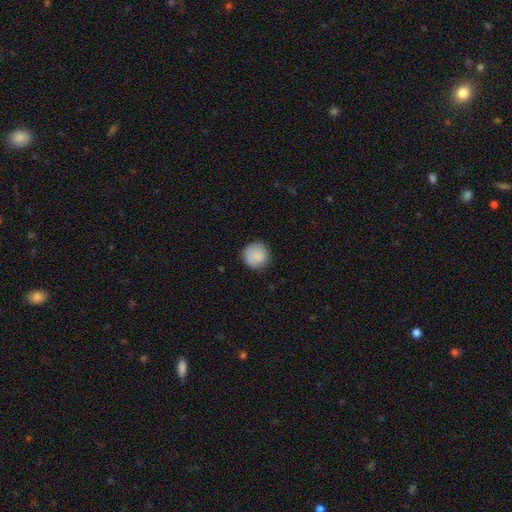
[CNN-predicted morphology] smooth-or-featured: smooth: 86% | star or artifact: 8% | featured or disk: 7%
  how-rounded: round: 94% | in between: 5% | cigar-shaped: 1%
  merging: none: 84% | minor disturbance: 12% | major disturbance: 3% | merger: 1%